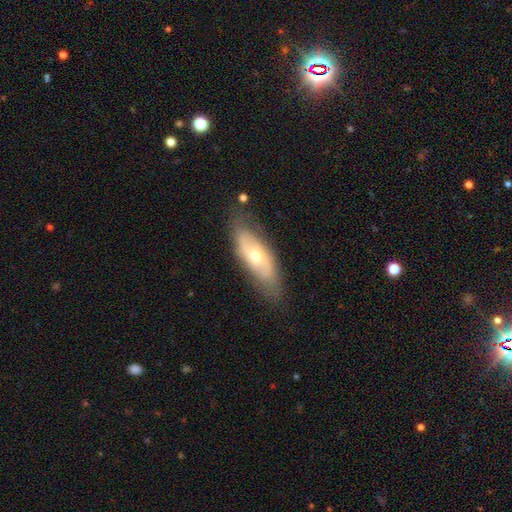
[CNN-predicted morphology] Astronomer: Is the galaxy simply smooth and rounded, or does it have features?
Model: featured or disk — 56% (runner-up: smooth, 38%).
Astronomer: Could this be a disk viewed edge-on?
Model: no — 81%.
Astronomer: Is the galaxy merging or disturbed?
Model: none — 76%.